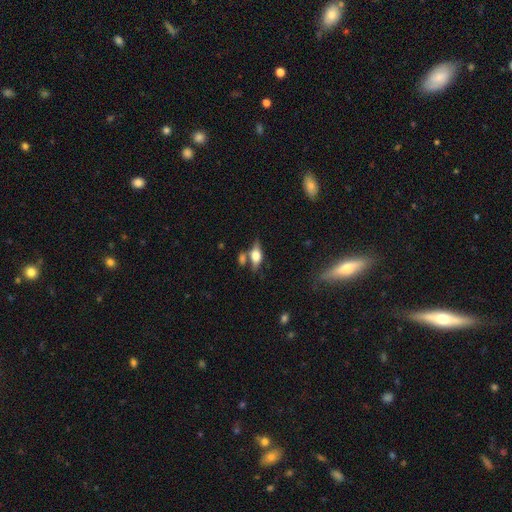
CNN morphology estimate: Q: Smooth or featured?
A: smooth (47%); runner-up: featured or disk (44%)
Q: Merging?
A: none (59%); runner-up: merger (18%)